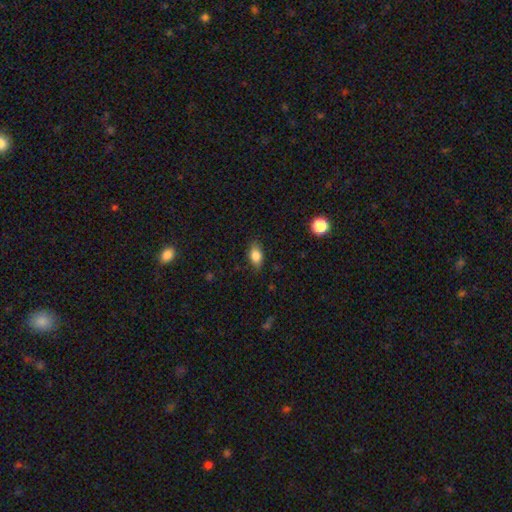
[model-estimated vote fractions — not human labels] Q: Smooth or featured?
A: smooth (82%); runner-up: featured or disk (9%)
Q: How rounded?
A: in between (85%); runner-up: round (10%)
Q: Merging?
A: none (81%); runner-up: minor disturbance (15%)